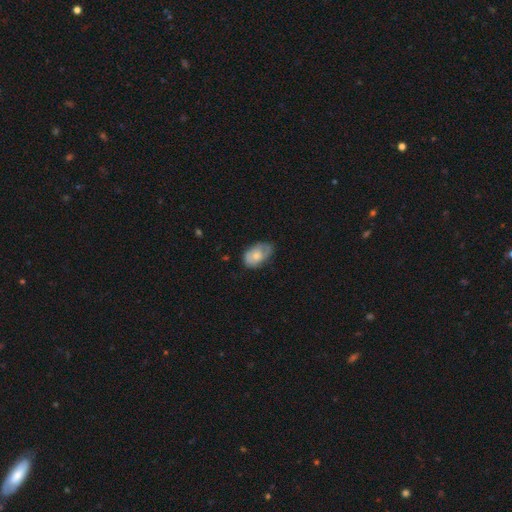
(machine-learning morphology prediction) smooth 62%, featured or disk 32%, star or artifact 7%. Down the decision tree: how rounded — in between (89%); merging — none (54%).